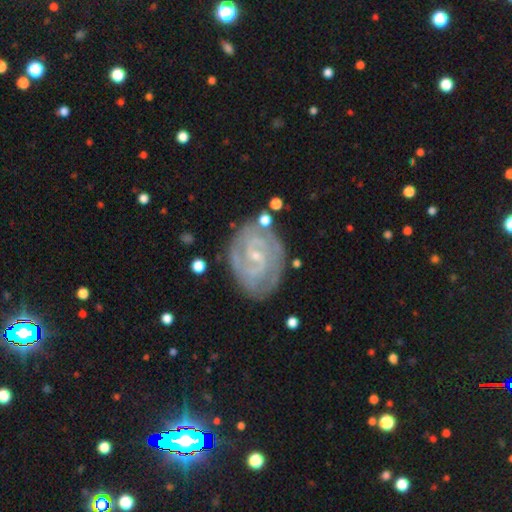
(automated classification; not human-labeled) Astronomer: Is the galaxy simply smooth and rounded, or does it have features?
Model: featured or disk — 87%.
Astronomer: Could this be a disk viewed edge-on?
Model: no — 97%.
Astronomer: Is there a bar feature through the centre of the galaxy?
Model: weak — 47% (runner-up: no, 39%).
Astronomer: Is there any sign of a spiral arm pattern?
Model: yes — 96%.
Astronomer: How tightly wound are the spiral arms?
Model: tight — 61%.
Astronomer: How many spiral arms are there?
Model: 2 — 58%.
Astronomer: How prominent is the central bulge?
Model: small — 79%.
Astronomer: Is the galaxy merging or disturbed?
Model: none — 75%.